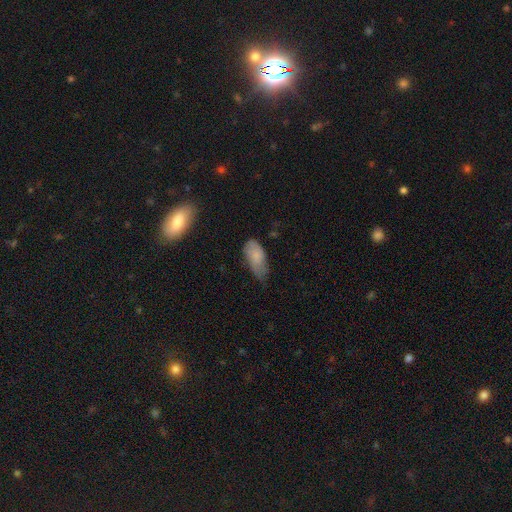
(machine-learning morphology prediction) A smooth galaxy with no disk features (77%) that is in between round and cigar-shaped (90%).

Vote fractions:
- Smooth or featured? smooth: 77% / featured or disk: 16% / star or artifact: 7%
- How rounded? in between: 90% / cigar-shaped: 7% / round: 3%
- Merging? minor disturbance: 46% / none: 37% / major disturbance: 15% / merger: 2%